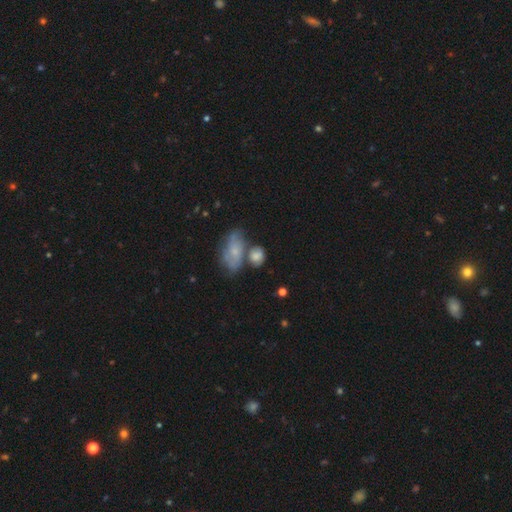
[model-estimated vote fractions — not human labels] Q: Smooth or featured?
A: smooth (62%); runner-up: featured or disk (26%)
Q: How rounded?
A: in between (57%); runner-up: round (40%)
Q: Merging?
A: none (47%); runner-up: merger (28%)